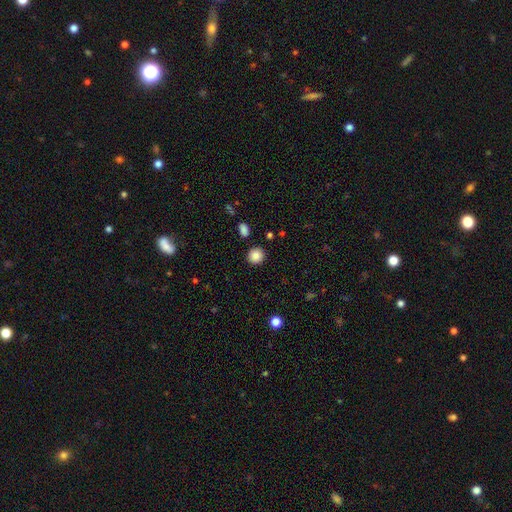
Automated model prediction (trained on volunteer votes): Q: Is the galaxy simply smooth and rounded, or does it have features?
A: smooth — 87%.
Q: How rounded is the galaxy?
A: round — 91%.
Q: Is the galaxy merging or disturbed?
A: none — 90%.